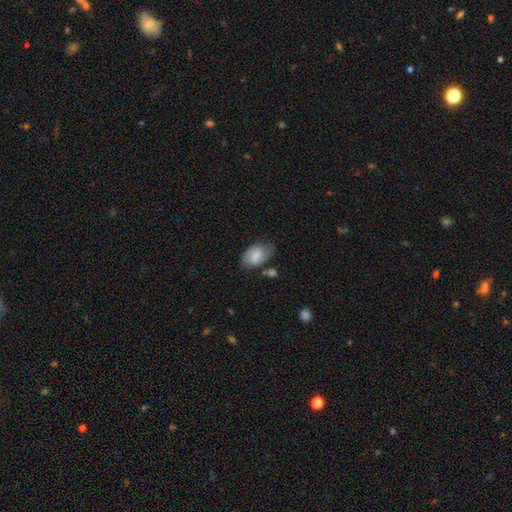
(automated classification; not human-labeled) Smooth or featured? Predicted: smooth (p=0.57). How rounded? Predicted: in between (p=0.88). Merging? Predicted: none (p=0.64).